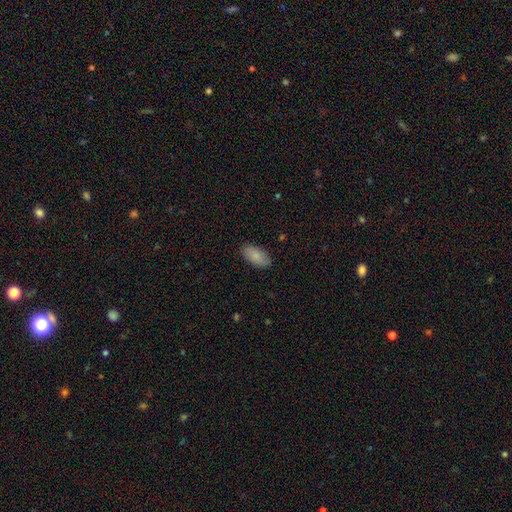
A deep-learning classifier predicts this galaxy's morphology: A smooth galaxy with no disk features (86%) that is in between round and cigar-shaped (93%). Merging: none (87%).